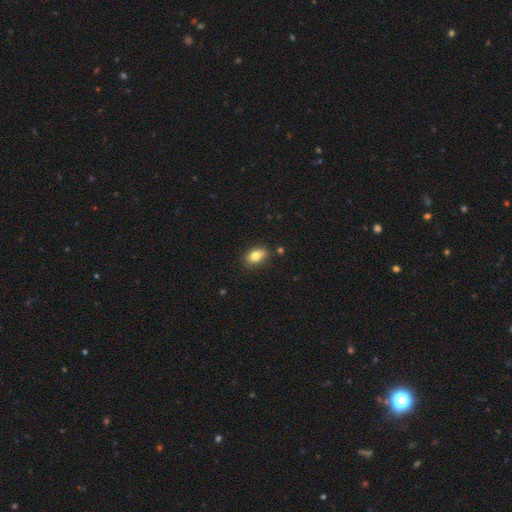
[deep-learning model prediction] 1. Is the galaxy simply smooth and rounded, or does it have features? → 80% smooth, 11% featured or disk, 9% star or artifact.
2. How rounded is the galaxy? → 83% in between, 15% round, 2% cigar-shaped.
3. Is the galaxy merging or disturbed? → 81% none, 13% minor disturbance, 3% merger, 2% major disturbance.